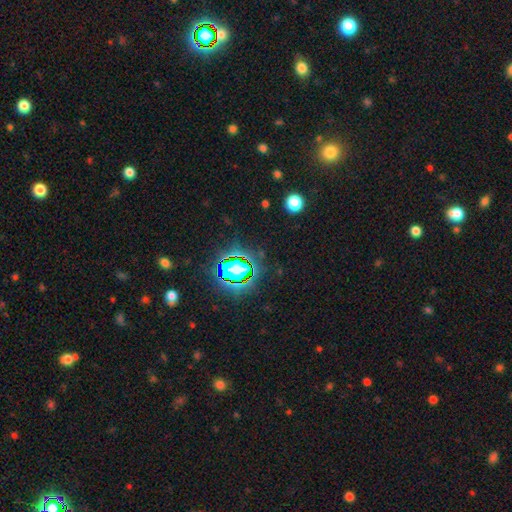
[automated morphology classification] Overall: star or artifact (79%).